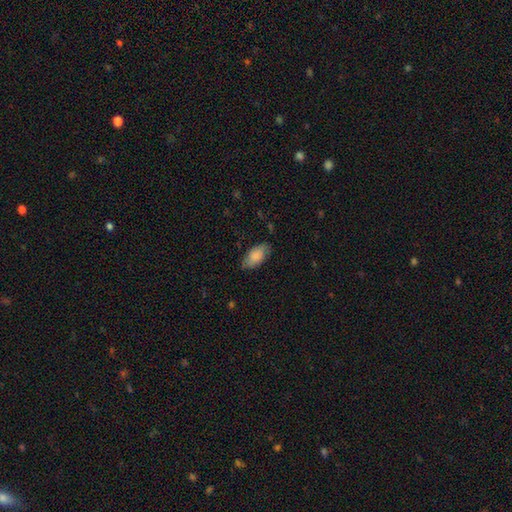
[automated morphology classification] This is clearly a smooth galaxy (83%). How rounded: clearly in between (94%). Merging: likely none (77%).